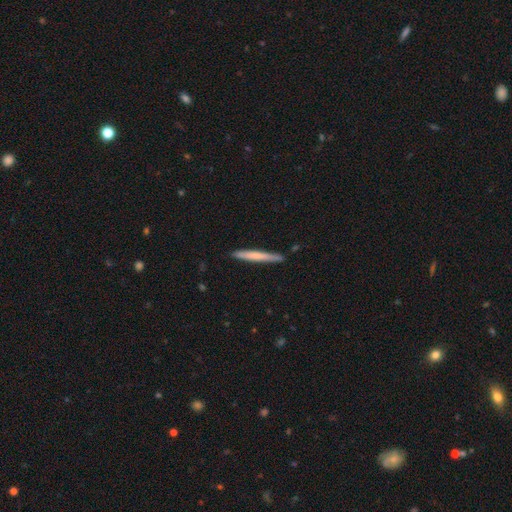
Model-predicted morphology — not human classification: smooth-or-featured: smooth: 63% | featured or disk: 32% | star or artifact: 5%
  how-rounded: cigar-shaped: 97% | in between: 2% | round: 1%
  merging: none: 88% | minor disturbance: 9% | merger: 2% | major disturbance: 1%